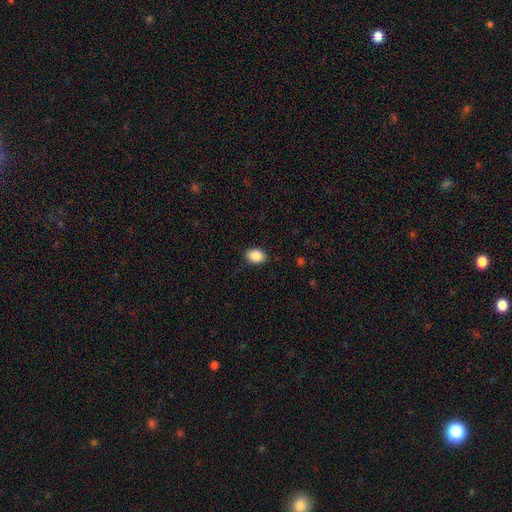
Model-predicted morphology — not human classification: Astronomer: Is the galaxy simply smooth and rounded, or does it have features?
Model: smooth — 88%.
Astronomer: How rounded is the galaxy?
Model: in between — 72%.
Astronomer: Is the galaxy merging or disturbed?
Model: none — 86%.